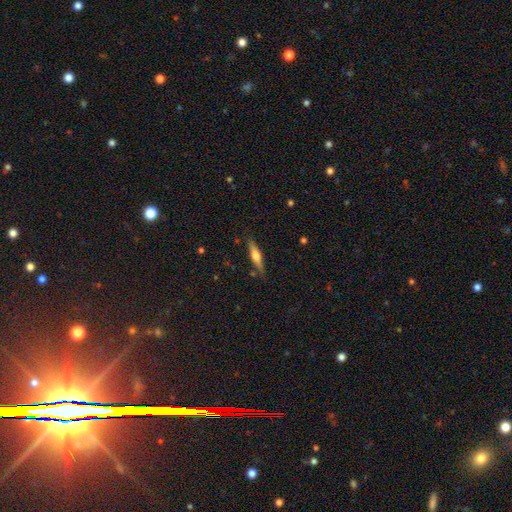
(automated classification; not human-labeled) A featured or disk galaxy (47%, tied with smooth).

Vote fractions:
- Smooth or featured? featured or disk: 47% (tied) / smooth: 47% (tied) / star or artifact: 6%
- Merging? none: 83% / minor disturbance: 12% / major disturbance: 3% / merger: 2%